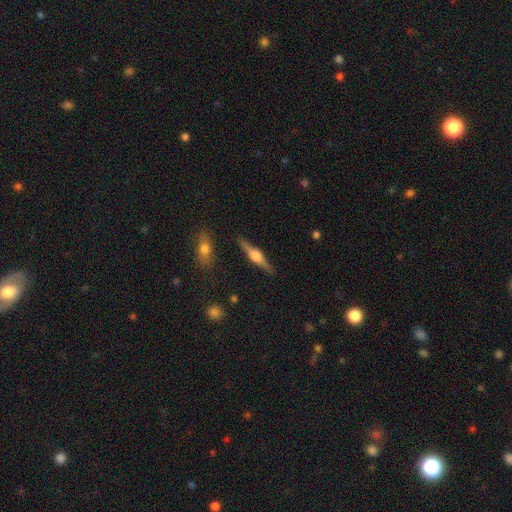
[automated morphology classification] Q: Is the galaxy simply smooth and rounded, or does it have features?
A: featured or disk — 76%.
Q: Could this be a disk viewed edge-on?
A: yes — 98%.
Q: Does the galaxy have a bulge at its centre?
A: rounded — 91%.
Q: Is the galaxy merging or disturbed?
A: none — 89%.